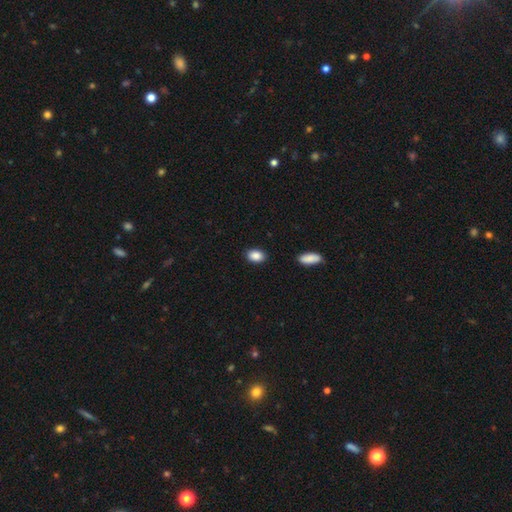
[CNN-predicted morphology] Smooth or featured? Predicted: smooth (p=0.89). How rounded? Predicted: in between (p=0.84). Merging? Predicted: none (p=0.87).